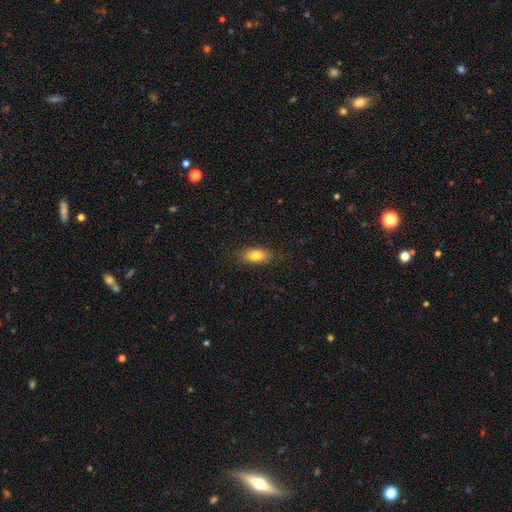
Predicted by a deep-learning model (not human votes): Q: Smooth or featured?
A: smooth (79%); runner-up: featured or disk (13%)
Q: How rounded?
A: in between (86%); runner-up: cigar-shaped (8%)
Q: Merging?
A: none (82%); runner-up: minor disturbance (13%)